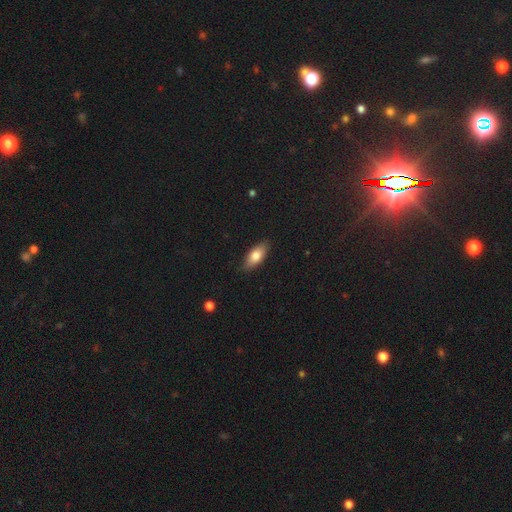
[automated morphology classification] A smooth galaxy with no disk features (76%) that is in between round and cigar-shaped (82%).

Vote fractions:
- Smooth or featured? smooth: 76% / featured or disk: 18% / star or artifact: 6%
- How rounded? in between: 82% / cigar-shaped: 15% / round: 3%
- Merging? none: 86% / minor disturbance: 11% / major disturbance: 2% / merger: 1%